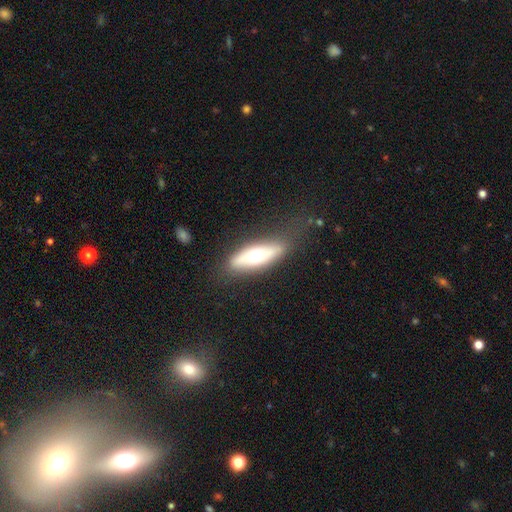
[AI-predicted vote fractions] Q: Smooth or featured?
A: smooth (51%); runner-up: featured or disk (43%)
Q: How rounded?
A: in between (59%); runner-up: cigar-shaped (38%)
Q: Merging?
A: none (71%); runner-up: minor disturbance (19%)